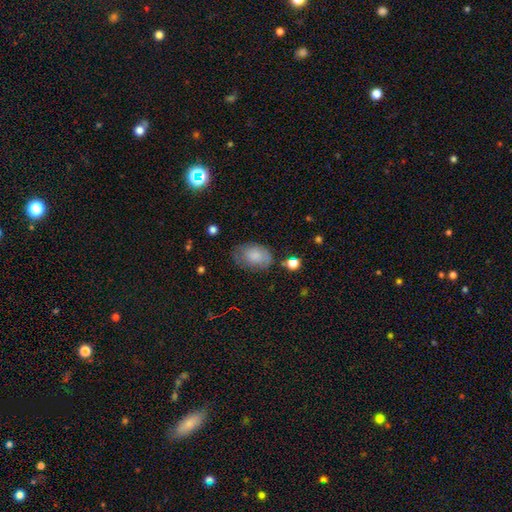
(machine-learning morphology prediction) The model was most divided on "merging": none: 61%, minor disturbance: 27%, major disturbance: 10%, merger: 3%. More confident: how rounded — in between (84%); smooth or featured — smooth (78%).